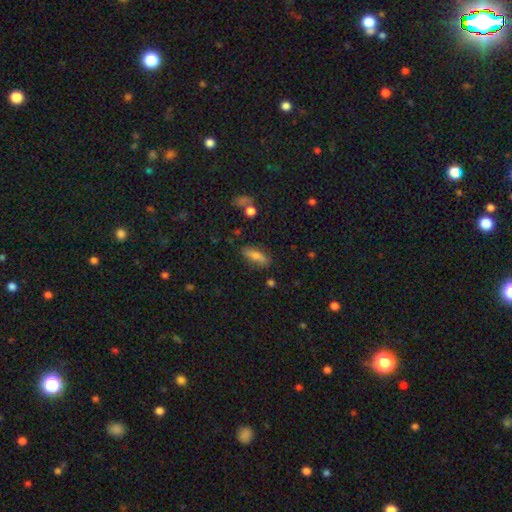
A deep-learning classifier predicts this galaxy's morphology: Smooth or featured: smooth — 72% (featured or disk — 19%)
How rounded: in between — 56% (cigar-shaped — 41%)
Merging: none — 80% (minor disturbance — 14%)